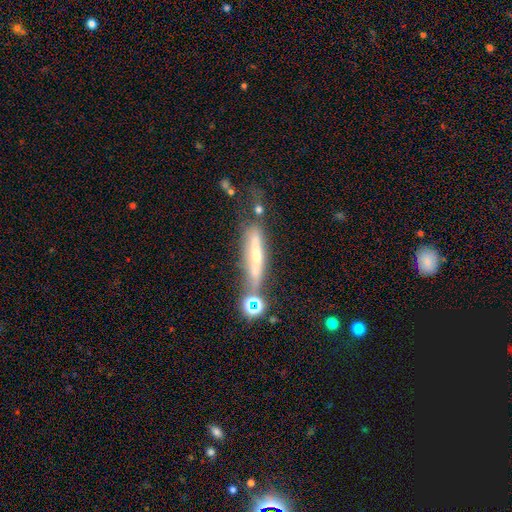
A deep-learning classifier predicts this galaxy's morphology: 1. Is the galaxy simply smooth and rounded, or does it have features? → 62% featured or disk, 28% smooth, 11% star or artifact.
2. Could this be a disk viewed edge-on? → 83% yes, 17% no.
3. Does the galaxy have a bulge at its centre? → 60% rounded, 29% none, 11% boxy.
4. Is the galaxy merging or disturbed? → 57% none, 18% minor disturbance, 17% merger, 8% major disturbance.